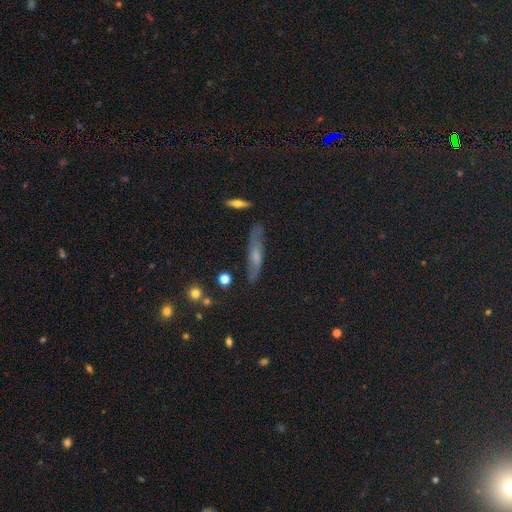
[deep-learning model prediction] Smooth or featured? Predicted: featured or disk (p=0.46). Merging? Predicted: none (p=0.73).